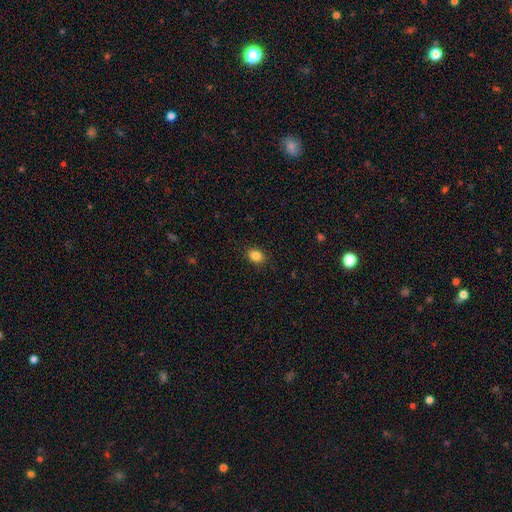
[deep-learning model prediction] Smooth or featured? smooth (86%)
How rounded? in between (59%)
Merging? none (89%)